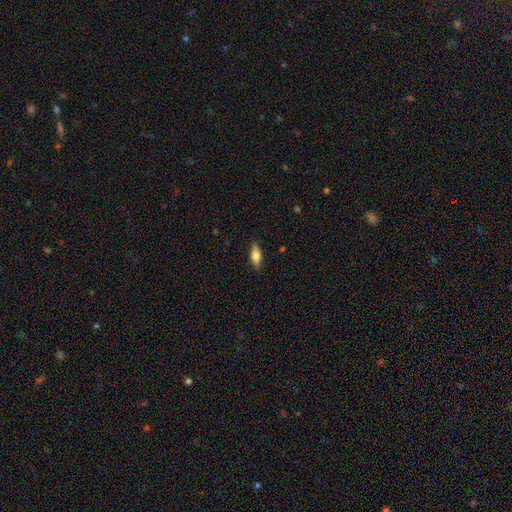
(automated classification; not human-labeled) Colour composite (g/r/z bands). It shows a smooth galaxy with no disk features (70%) that is in between round and cigar-shaped (73%). Merging: none (86%).